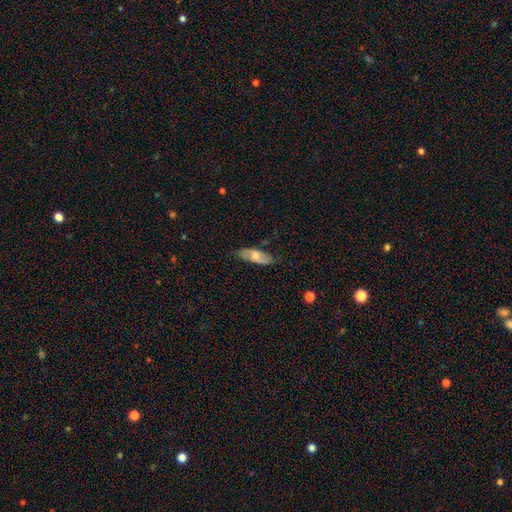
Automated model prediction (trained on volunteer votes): Smooth or featured: smooth — 52% (featured or disk — 42%)
How rounded: in between — 73% (cigar-shaped — 24%)
Merging: none — 79% (minor disturbance — 16%)